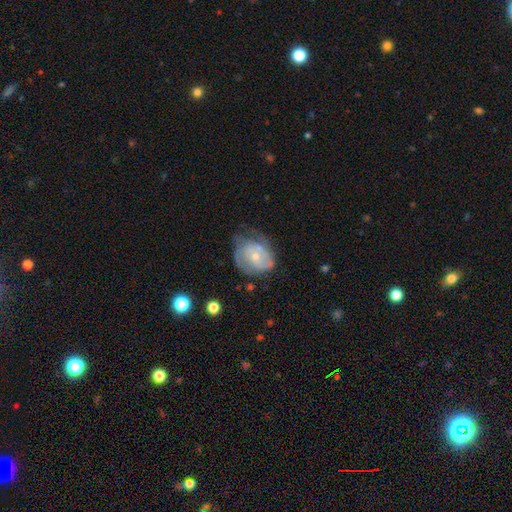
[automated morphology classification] Smooth or featured? Predicted: featured or disk (p=0.63). Edge-on disk? Predicted: no (p=0.97). Bar? Predicted: no (p=0.74). Spiral arms? Predicted: yes (p=0.69). Bulge size? Predicted: small (p=0.56). Merging? Predicted: none (p=0.38).